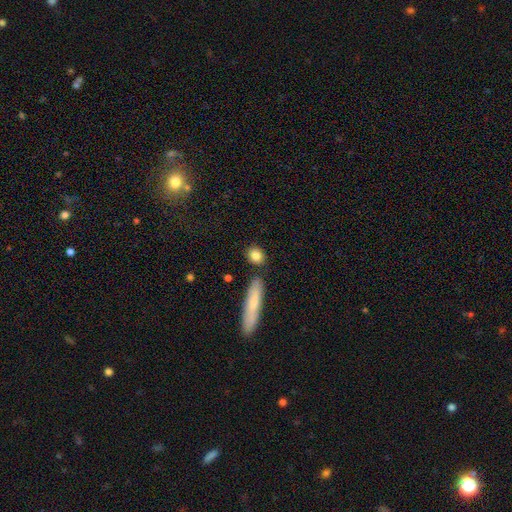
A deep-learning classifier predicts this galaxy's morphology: Smooth or featured? Predicted: smooth (p=0.83). How rounded? Predicted: round (p=0.50). Merging? Predicted: none (p=0.80).